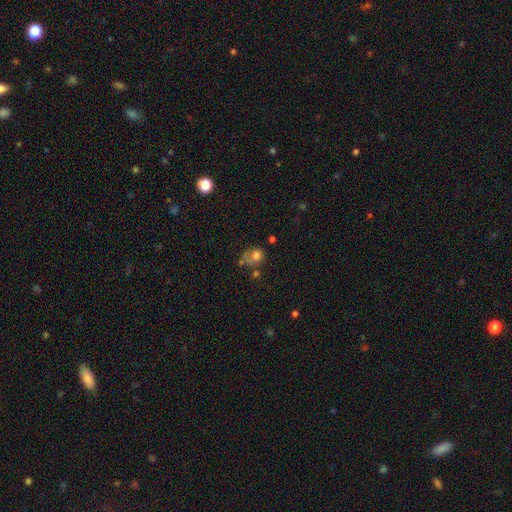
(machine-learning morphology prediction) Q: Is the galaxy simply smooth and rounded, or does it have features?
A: smooth — 67%.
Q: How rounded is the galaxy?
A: round — 62%.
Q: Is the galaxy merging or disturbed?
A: none — 35%.